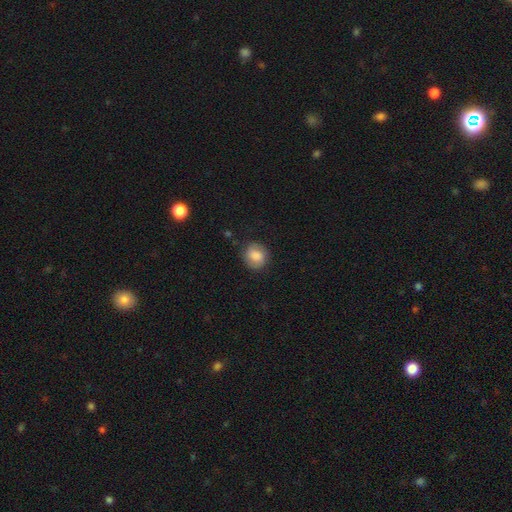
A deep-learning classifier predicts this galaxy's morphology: type=smooth (75%); roundness=round (76%); merging=none (80%).